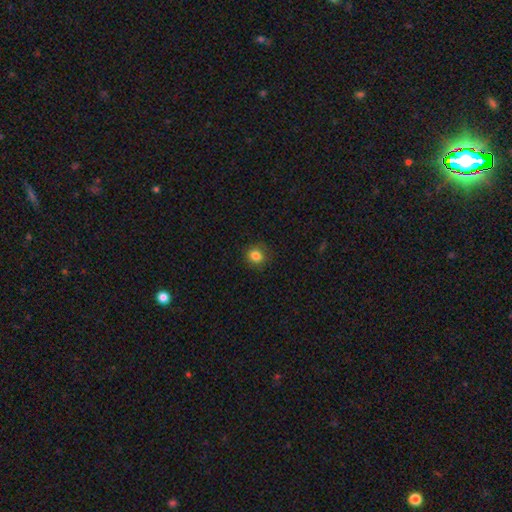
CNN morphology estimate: This is clearly a smooth galaxy (84%). How rounded: likely round (74%). Merging: clearly none (86%).